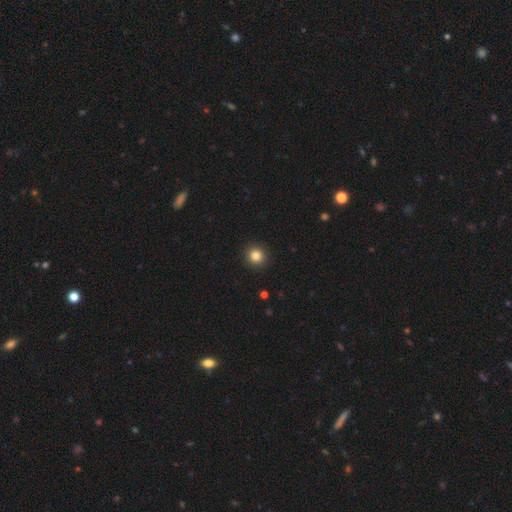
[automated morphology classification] smooth-or-featured: smooth: 84% | star or artifact: 11% | featured or disk: 5%
  how-rounded: round: 94% | in between: 5% | cigar-shaped: 1%
  merging: none: 93% | minor disturbance: 5% | major disturbance: 2% | merger: 1%